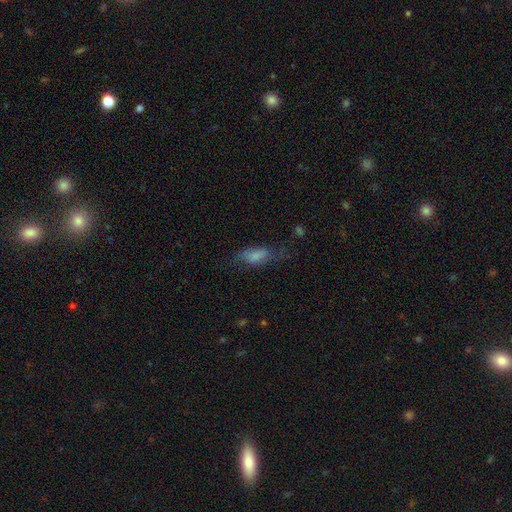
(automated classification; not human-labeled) This appears to be a smooth galaxy with no disk features (69%) that is in between round and cigar-shaped (81%). Merging: none (47%).